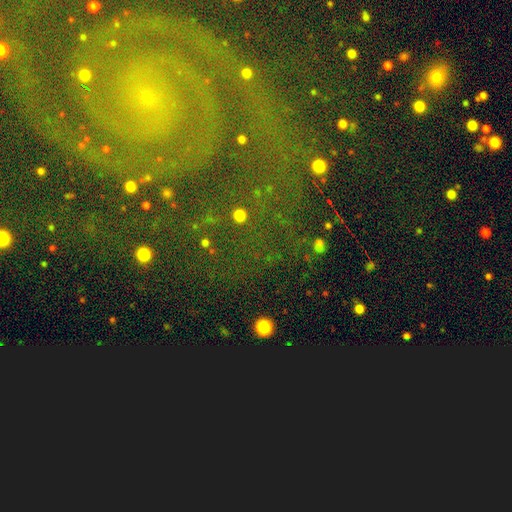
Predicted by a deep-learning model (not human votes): featured or disk 47%, star or artifact 36%, smooth 17%. Down the decision tree: merging — none (71%).